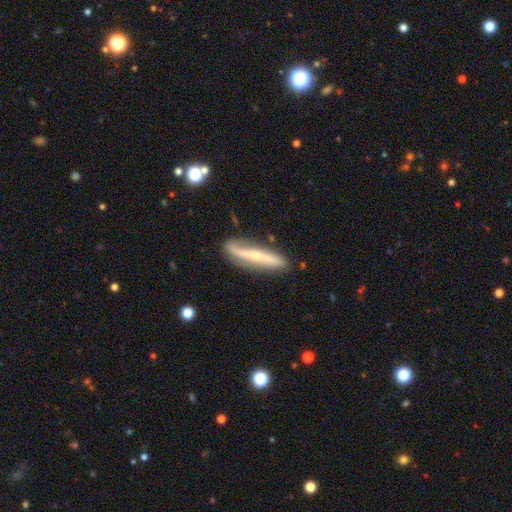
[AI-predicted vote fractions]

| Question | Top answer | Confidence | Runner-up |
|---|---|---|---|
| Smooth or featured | featured or disk | 70% | smooth (24%) |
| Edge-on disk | yes | 55% | no (45%) |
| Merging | none | 77% | minor disturbance (17%) |